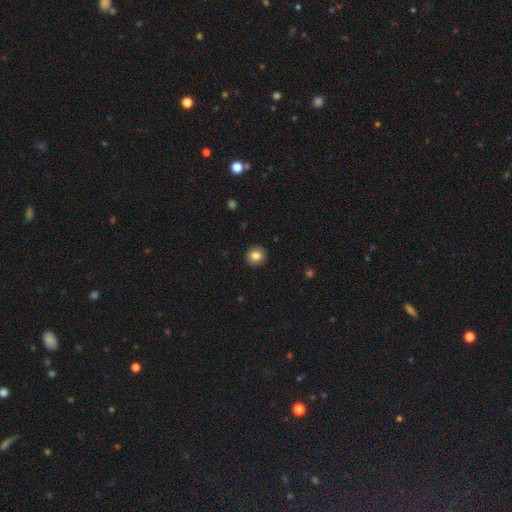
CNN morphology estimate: type=smooth (83%); roundness=round (93%); merging=none (93%).